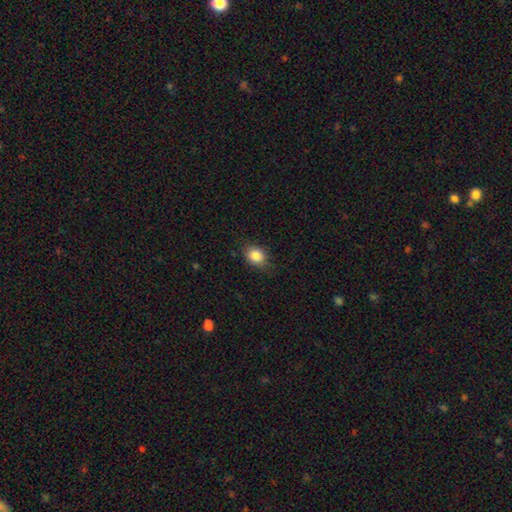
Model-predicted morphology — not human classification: smooth-or-featured: smooth: 85% | star or artifact: 9% | featured or disk: 6%
  how-rounded: in between: 50% | round: 49% | cigar-shaped: 1%
  merging: none: 79% | minor disturbance: 16% | major disturbance: 3% | merger: 1%